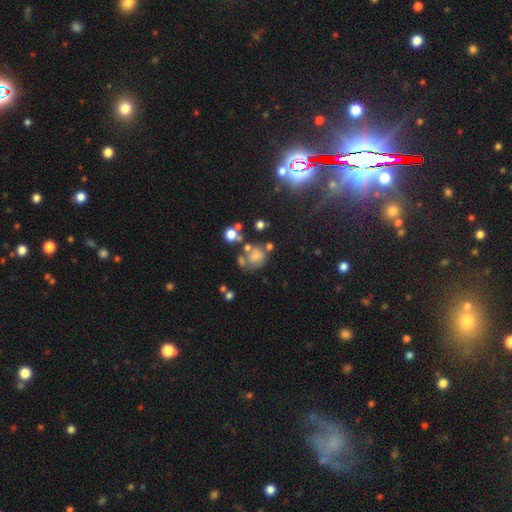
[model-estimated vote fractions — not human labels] smooth 57%, featured or disk 25%, star or artifact 18%. Down the decision tree: how rounded — round (60%); merging — none (37%).